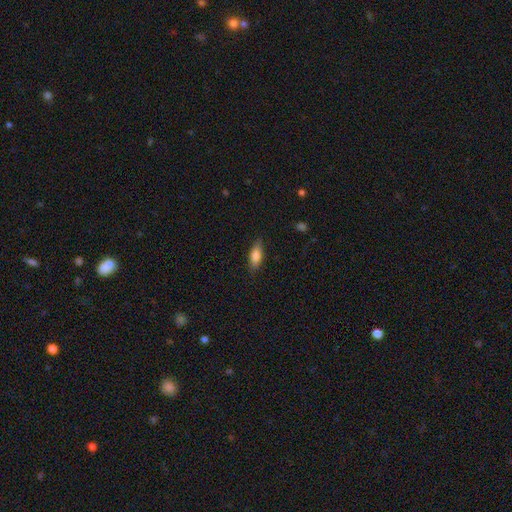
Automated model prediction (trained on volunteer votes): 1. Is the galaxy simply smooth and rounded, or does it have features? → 81% smooth, 12% featured or disk, 7% star or artifact.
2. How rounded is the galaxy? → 73% in between, 25% cigar-shaped, 3% round.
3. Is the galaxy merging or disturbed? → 82% none, 14% minor disturbance, 3% major disturbance, 1% merger.